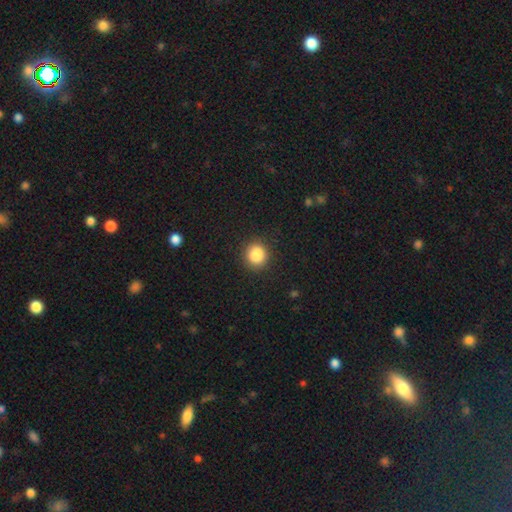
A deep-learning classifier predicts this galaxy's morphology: Smooth or featured: smooth — 86% (star or artifact — 10%)
How rounded: round — 84% (in between — 15%)
Merging: none — 89% (minor disturbance — 8%)